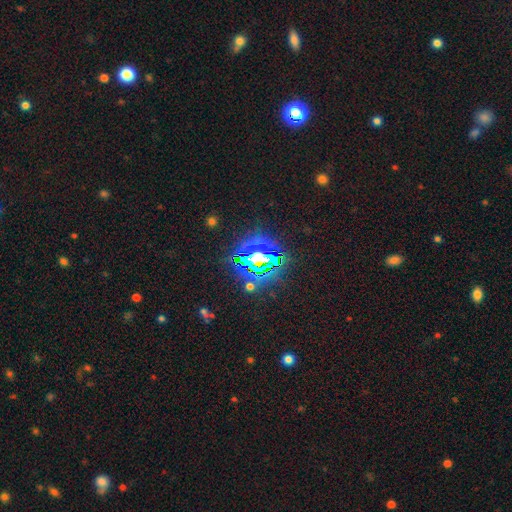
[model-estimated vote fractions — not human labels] Overall: star or artifact (71%).